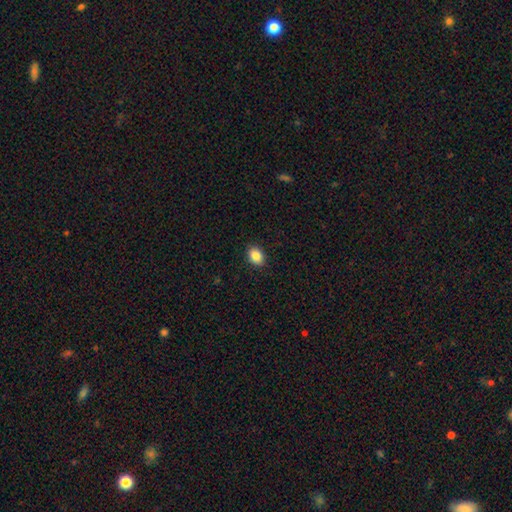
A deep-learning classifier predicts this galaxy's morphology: smooth_or_featured: smooth (p=0.87) [alt: star or artifact p=0.09]
how_rounded: in between (p=0.69) [alt: round p=0.30]
merging: none (p=0.90) [alt: minor disturbance p=0.08]